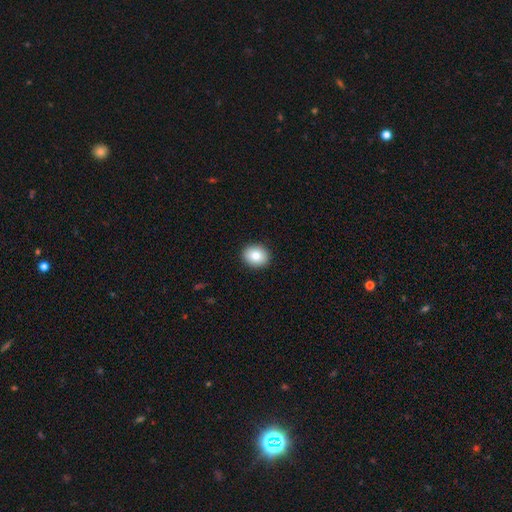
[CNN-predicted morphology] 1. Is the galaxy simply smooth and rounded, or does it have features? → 84% smooth, 8% star or artifact, 8% featured or disk.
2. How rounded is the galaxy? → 61% round, 38% in between, 1% cigar-shaped.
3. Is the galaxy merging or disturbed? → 91% none, 6% minor disturbance, 2% major disturbance, 1% merger.